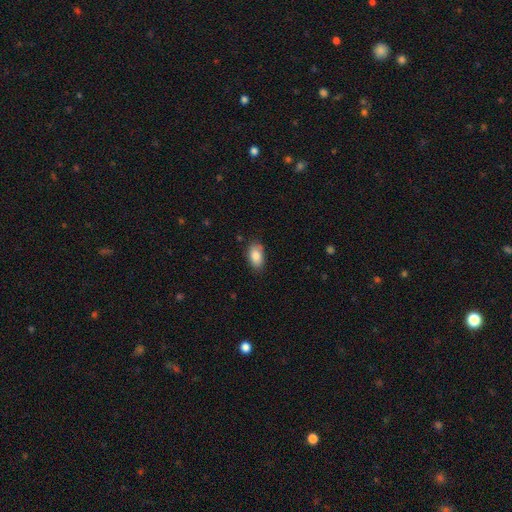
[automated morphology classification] A smooth galaxy with no disk features (86%) that is in between round and cigar-shaped (92%). Merging: none (79%).